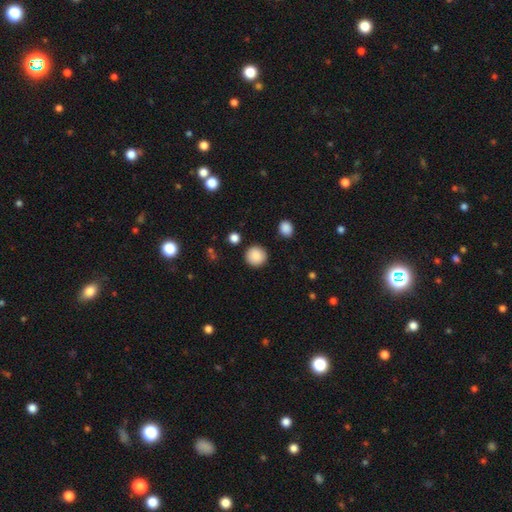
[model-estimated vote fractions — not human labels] Smooth or featured? smooth (88%)
How rounded? round (94%)
Merging? none (90%)